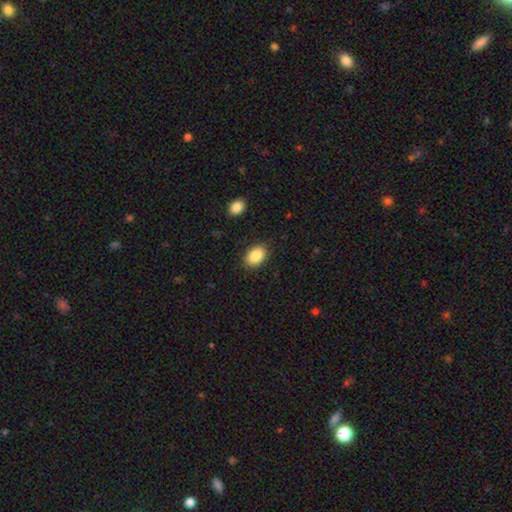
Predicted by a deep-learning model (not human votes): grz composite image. It shows a smooth galaxy with no disk features (88%) that is in between round and cigar-shaped (86%). Merging: none (86%).